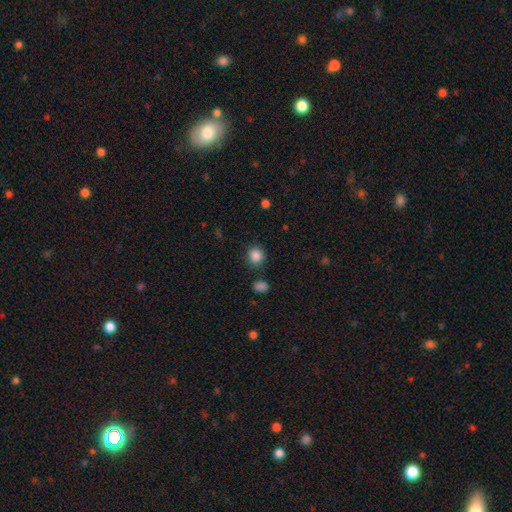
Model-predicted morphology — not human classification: smooth_or_featured: smooth (p=0.87) [alt: star or artifact p=0.10]
how_rounded: round (p=0.88) [alt: in between p=0.11]
merging: none (p=0.84) [alt: minor disturbance p=0.09]